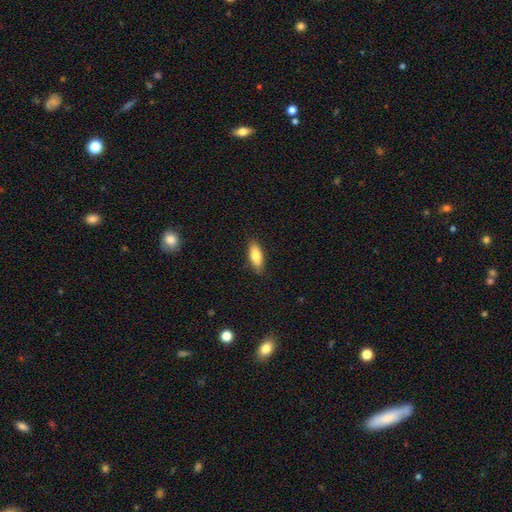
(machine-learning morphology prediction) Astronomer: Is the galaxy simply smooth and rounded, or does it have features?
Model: smooth — 78%.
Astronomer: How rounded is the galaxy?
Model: in between — 74%.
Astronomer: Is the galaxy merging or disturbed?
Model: none — 87%.